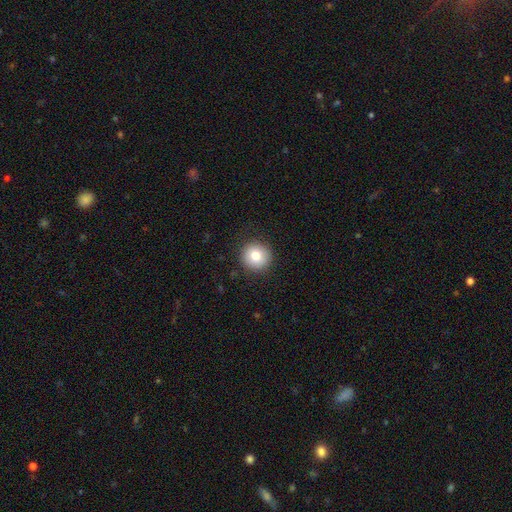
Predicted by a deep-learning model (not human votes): A smooth galaxy with no disk features (82%) that is round (94%).

Vote fractions:
- Smooth or featured? smooth: 82% / star or artifact: 9% / featured or disk: 9%
- How rounded? round: 94% / in between: 5% / cigar-shaped: 1%
- Merging? none: 90% / minor disturbance: 7% / major disturbance: 2% / merger: 1%